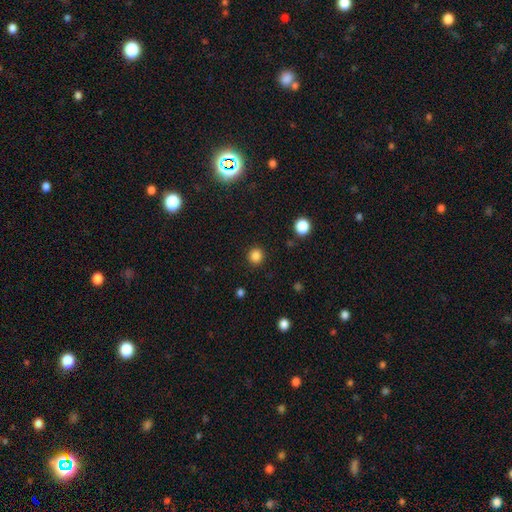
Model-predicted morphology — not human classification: Smooth or featured? Predicted: smooth (p=0.84). How rounded? Predicted: round (p=0.92). Merging? Predicted: none (p=0.92).